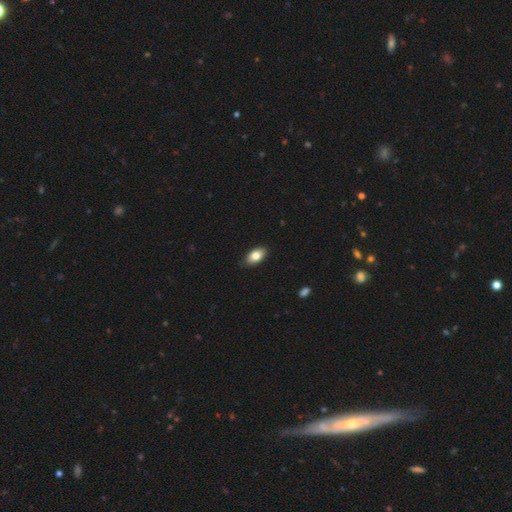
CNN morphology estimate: type=smooth (82%); roundness=in between (91%); merging=none (86%).